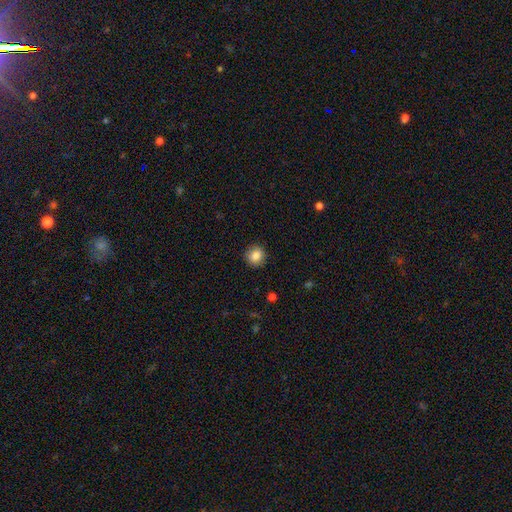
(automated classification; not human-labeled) Smooth or featured: smooth — 85% (star or artifact — 9%)
How rounded: round — 90% (in between — 9%)
Merging: none — 90% (minor disturbance — 7%)